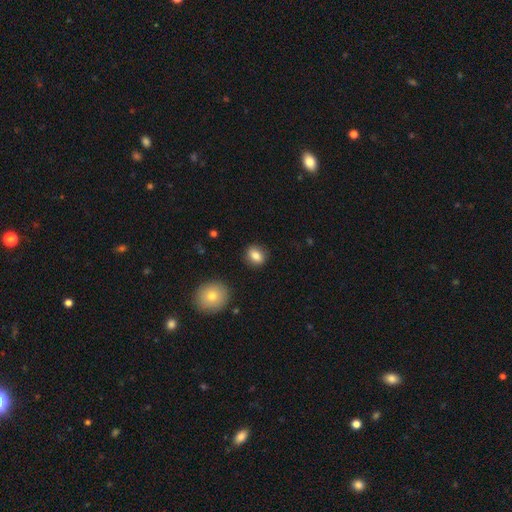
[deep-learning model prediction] Q: Smooth or featured?
A: smooth (81%); runner-up: featured or disk (10%)
Q: How rounded?
A: in between (52%); runner-up: round (46%)
Q: Merging?
A: none (88%); runner-up: minor disturbance (8%)